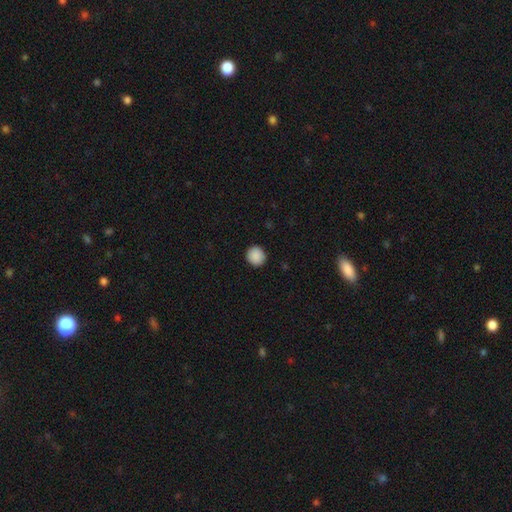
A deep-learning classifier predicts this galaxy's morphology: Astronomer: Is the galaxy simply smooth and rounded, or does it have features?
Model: smooth — 89%.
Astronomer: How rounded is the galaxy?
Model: round — 91%.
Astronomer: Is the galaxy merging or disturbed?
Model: none — 91%.